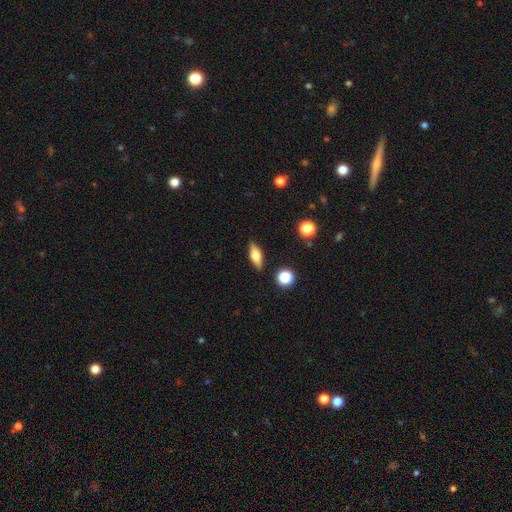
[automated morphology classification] Smooth or featured? smooth (58%)
How rounded? in between (67%)
Merging? none (87%)